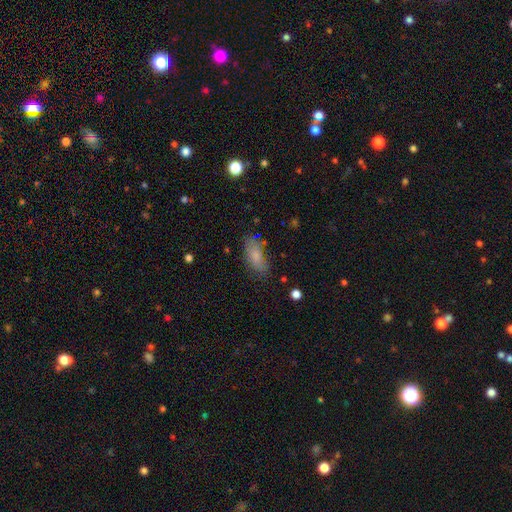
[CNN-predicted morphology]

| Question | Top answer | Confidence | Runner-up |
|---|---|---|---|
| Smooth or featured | smooth | 79% | featured or disk (13%) |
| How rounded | in between | 87% | cigar-shaped (10%) |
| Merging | none | 68% | minor disturbance (22%) |